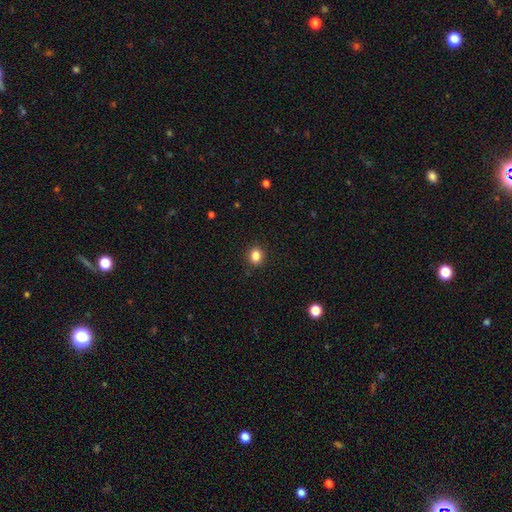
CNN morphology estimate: Overall: smooth (84%). How rounded: round (70%). Merging: none (91%).